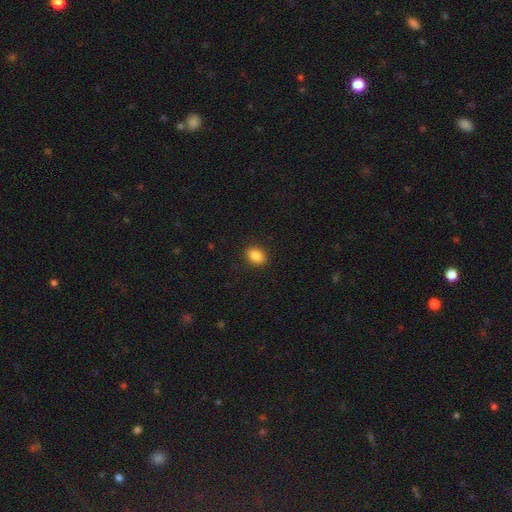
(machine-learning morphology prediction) The model was most divided on "how rounded": in between: 64%, round: 35%, cigar-shaped: 1%. More confident: merging — none (90%); smooth or featured — smooth (87%).